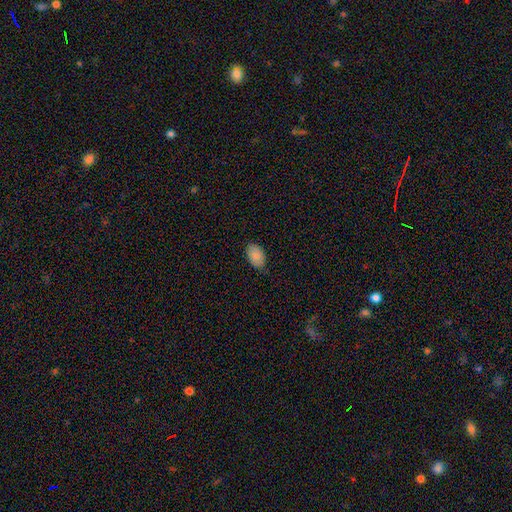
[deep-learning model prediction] A smooth galaxy with no disk features (88%) that is in between round and cigar-shaped (92%).

Vote fractions:
- Smooth or featured? smooth: 88% / star or artifact: 7% / featured or disk: 5%
- How rounded? in between: 92% / round: 6% / cigar-shaped: 1%
- Merging? none: 84% / minor disturbance: 13% / major disturbance: 2% / merger: 1%